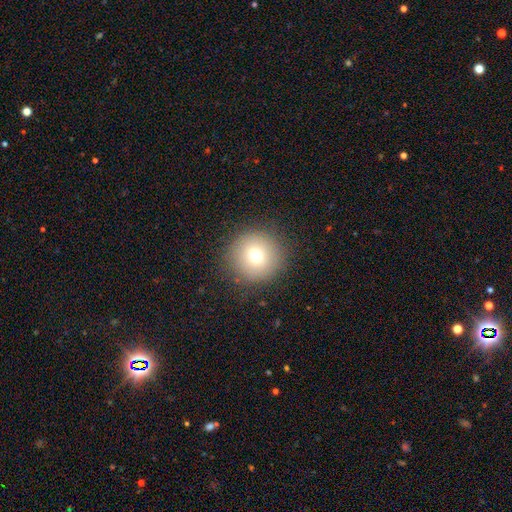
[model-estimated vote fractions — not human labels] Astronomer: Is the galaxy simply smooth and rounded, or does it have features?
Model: smooth — 73%.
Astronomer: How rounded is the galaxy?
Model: round — 96%.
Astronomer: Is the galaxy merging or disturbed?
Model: none — 89%.